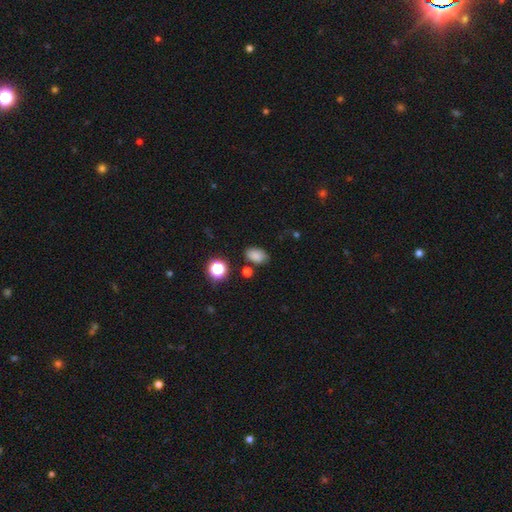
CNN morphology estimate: This appears to be a smooth galaxy with no disk features (81%) that is in between round and cigar-shaped (84%). Merging: none (77%).